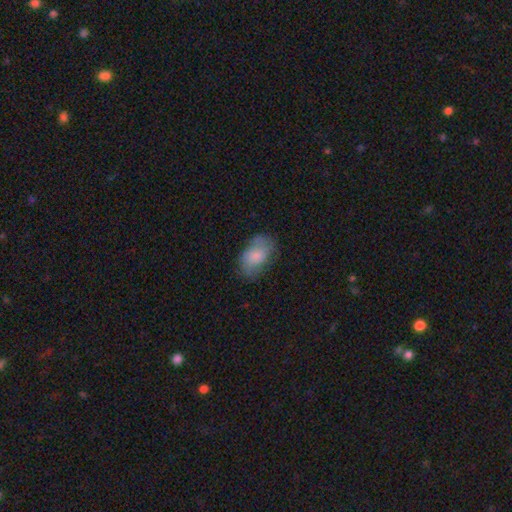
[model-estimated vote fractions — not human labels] smooth_or_featured: smooth (p=0.69) [alt: featured or disk p=0.24]
how_rounded: in between (p=0.90) [alt: round p=0.09]
merging: none (p=0.61) [alt: minor disturbance p=0.26]